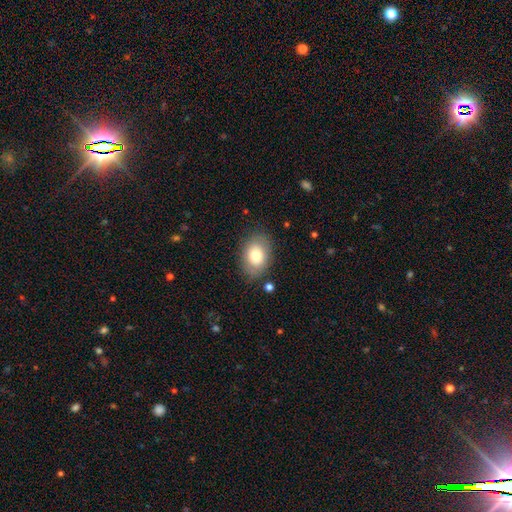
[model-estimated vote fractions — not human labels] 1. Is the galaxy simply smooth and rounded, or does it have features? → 77% smooth, 15% featured or disk, 8% star or artifact.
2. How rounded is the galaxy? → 78% in between, 21% round, 1% cigar-shaped.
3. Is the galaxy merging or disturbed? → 82% none, 12% minor disturbance, 4% major disturbance, 2% merger.